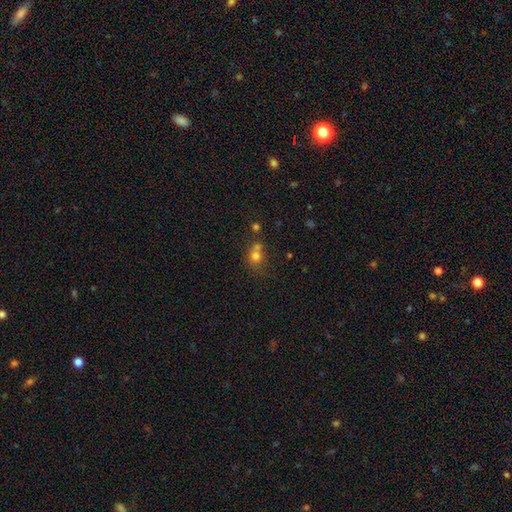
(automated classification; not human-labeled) Smooth or featured?
  - smooth: 72% *
  - star or artifact: 15%
  - featured or disk: 13%
How rounded?
  - round: 78% *
  - in between: 21%
  - cigar-shaped: 1%
Merging?
  - merger: 47% *
  - none: 39%
  - minor disturbance: 9%
  - major disturbance: 5%